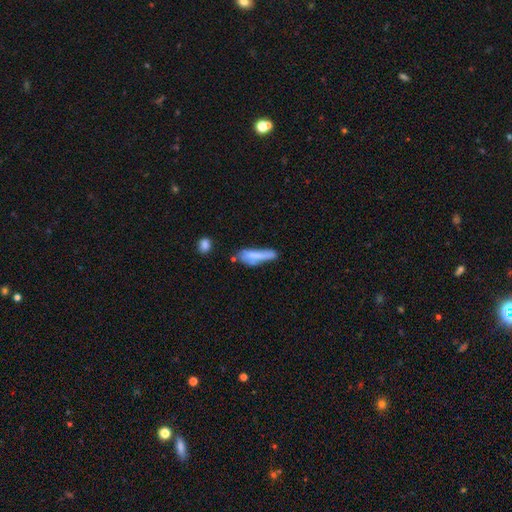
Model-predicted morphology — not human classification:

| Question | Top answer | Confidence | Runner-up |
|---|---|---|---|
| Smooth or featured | smooth | 66% | featured or disk (26%) |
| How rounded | cigar-shaped | 65% | in between (33%) |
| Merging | none | 37% | minor disturbance (30%) |